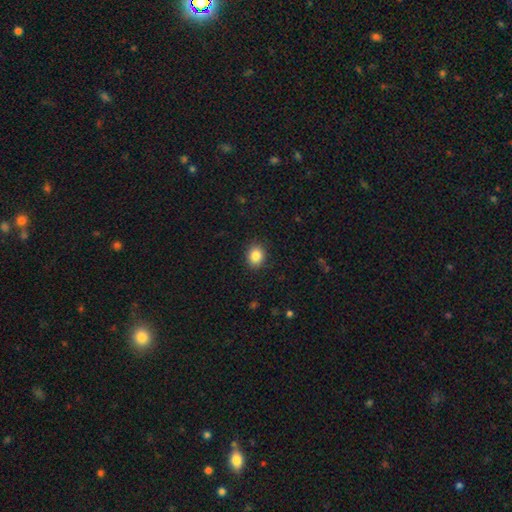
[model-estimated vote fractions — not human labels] This appears to be a smooth galaxy with no disk features (86%) that is in between round and cigar-shaped (50%). Merging: none (89%).